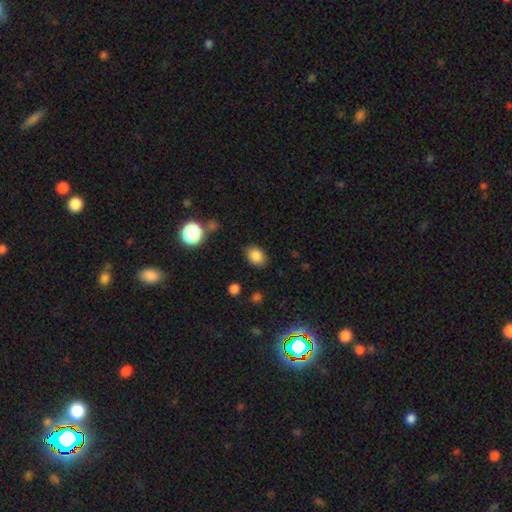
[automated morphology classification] A smooth galaxy with no disk features (84%) that is in between round and cigar-shaped (66%).

Vote fractions:
- Smooth or featured? smooth: 84% / star or artifact: 11% / featured or disk: 5%
- How rounded? in between: 66% / round: 33% / cigar-shaped: 1%
- Merging? none: 82% / minor disturbance: 13% / major disturbance: 4% / merger: 2%